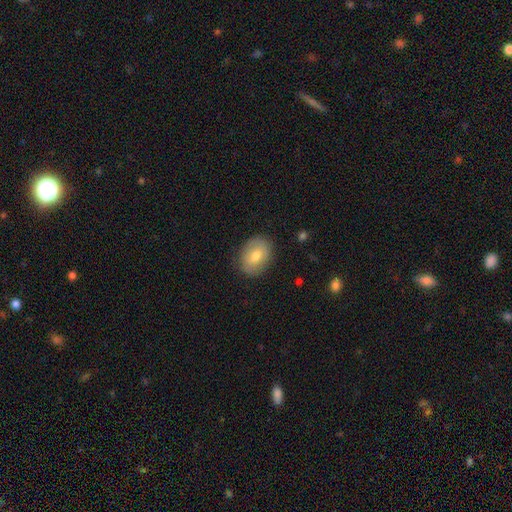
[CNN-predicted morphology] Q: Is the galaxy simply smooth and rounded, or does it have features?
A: smooth — 72%.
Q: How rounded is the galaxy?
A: in between — 68%.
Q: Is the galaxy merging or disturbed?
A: none — 85%.